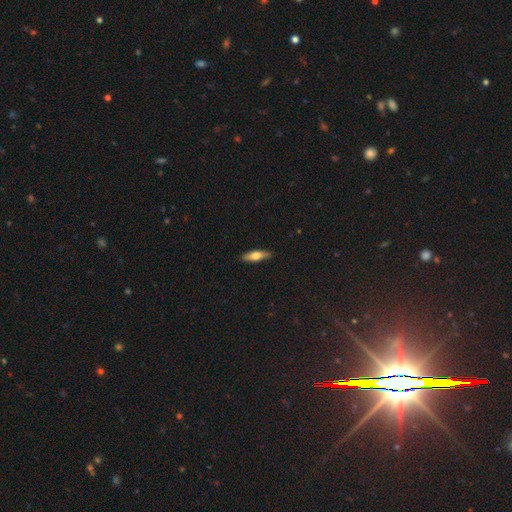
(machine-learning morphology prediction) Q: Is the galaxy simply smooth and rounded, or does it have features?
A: smooth — 62%.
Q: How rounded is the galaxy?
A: cigar-shaped — 57%.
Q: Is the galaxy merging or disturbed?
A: none — 88%.